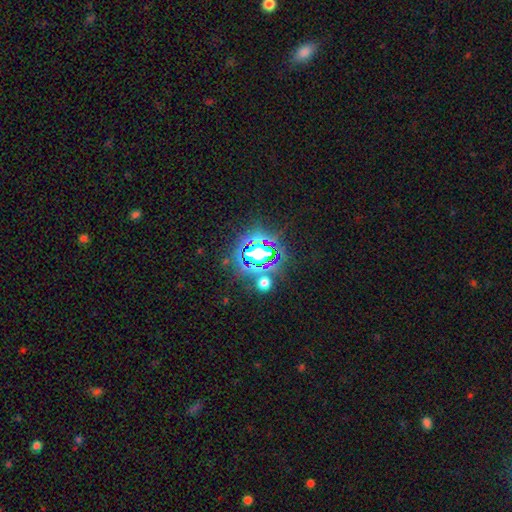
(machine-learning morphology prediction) Smooth or featured? Predicted: star or artifact (p=0.79).